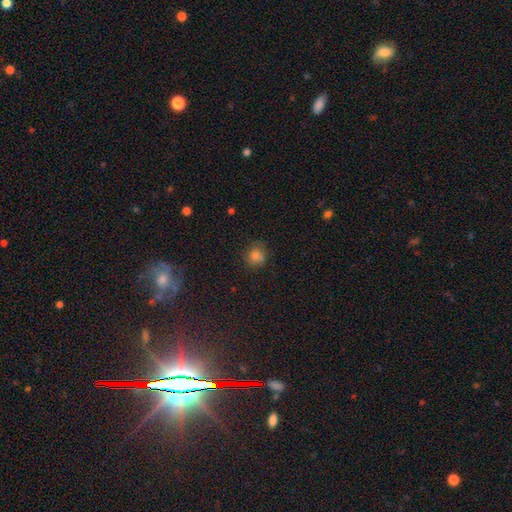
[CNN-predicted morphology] Smooth or featured? smooth (78%)
How rounded? round (81%)
Merging? none (75%)